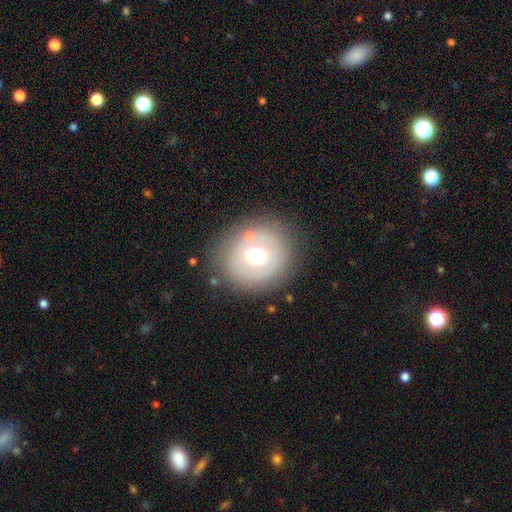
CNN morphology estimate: Smooth or featured? smooth (54%)
How rounded? round (82%)
Merging? none (80%)